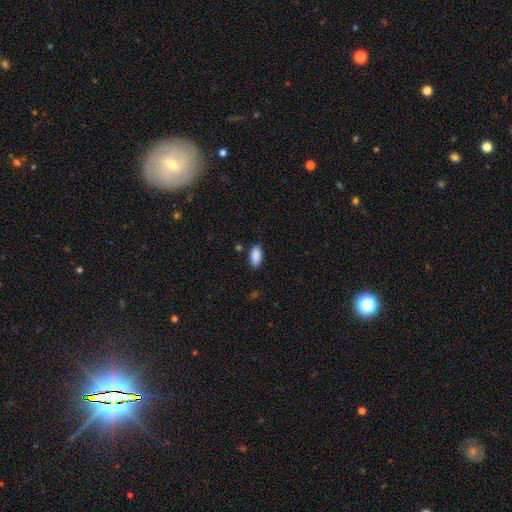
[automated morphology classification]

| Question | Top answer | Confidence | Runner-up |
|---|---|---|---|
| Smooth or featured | smooth | 90% | star or artifact (7%) |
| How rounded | in between | 93% | cigar-shaped (5%) |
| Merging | none | 85% | minor disturbance (11%) |